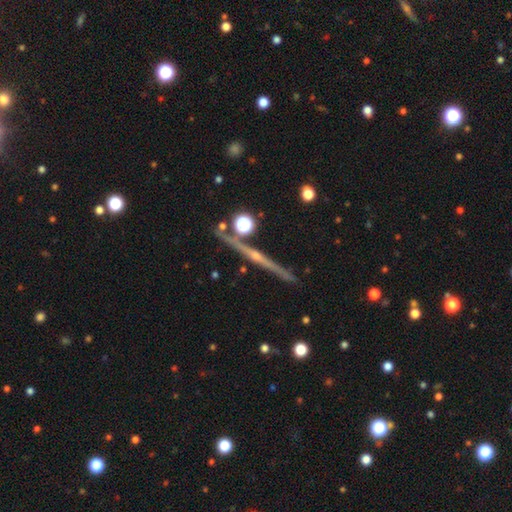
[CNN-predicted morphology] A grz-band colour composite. It shows a featured or disk galaxy (62%) viewed edge-on (92%) with a rounded central bulge (51%). Merging: none (77%).